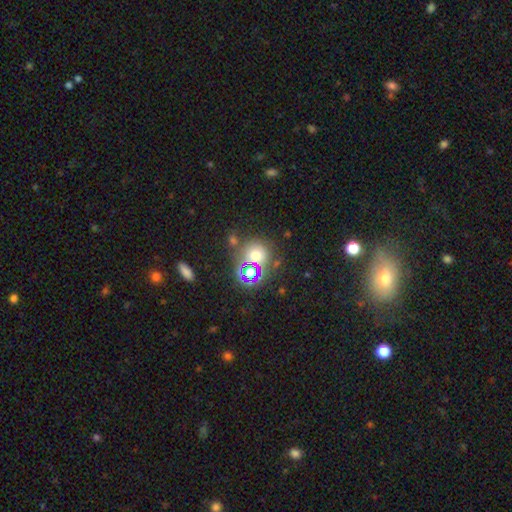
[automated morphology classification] Smooth or featured?
  - smooth: 58% *
  - star or artifact: 32%
  - featured or disk: 10%
How rounded?
  - round: 83% *
  - in between: 15%
  - cigar-shaped: 1%
Merging?
  - none: 66% *
  - merger: 16%
  - minor disturbance: 12%
  - major disturbance: 6%